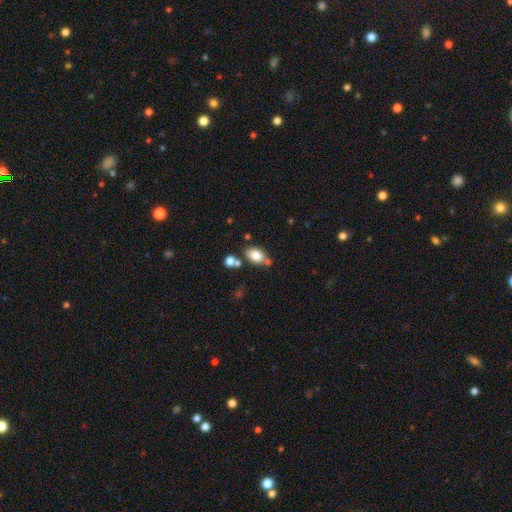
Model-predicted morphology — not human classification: A smooth galaxy with no disk features (79%) that is in between round and cigar-shaped (81%). Merging: none (68%).